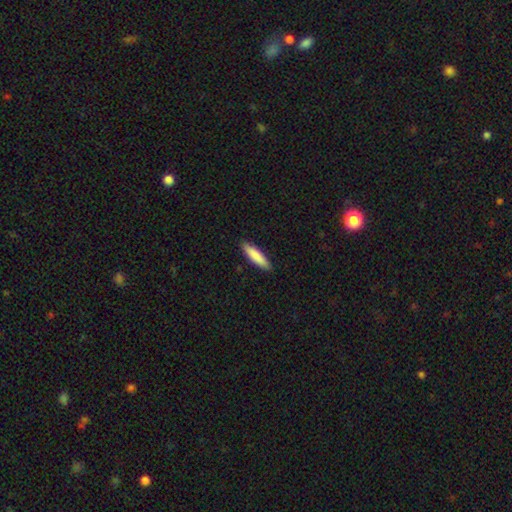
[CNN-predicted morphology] This appears to be a smooth galaxy with no disk features (84%) that is cigar-shaped (76%). Merging: none (89%).